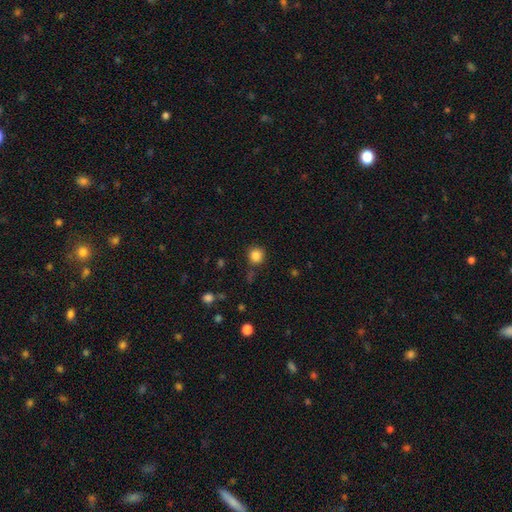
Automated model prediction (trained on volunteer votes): smooth_or_featured: smooth (p=0.84) [alt: star or artifact p=0.11]
how_rounded: round (p=0.92) [alt: in between p=0.07]
merging: none (p=0.83) [alt: minor disturbance p=0.10]